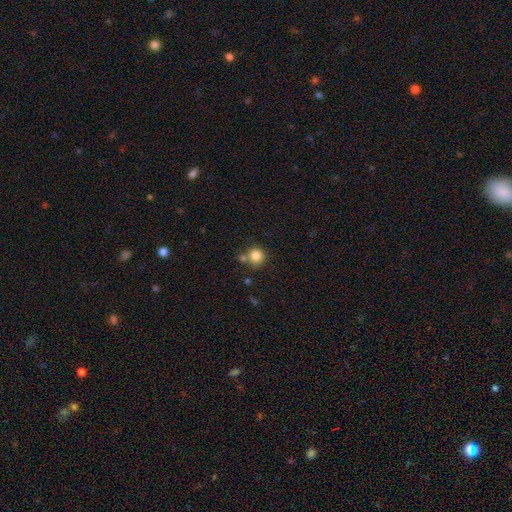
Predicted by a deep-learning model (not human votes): Smooth or featured? smooth (83%)
How rounded? round (91%)
Merging? none (67%)